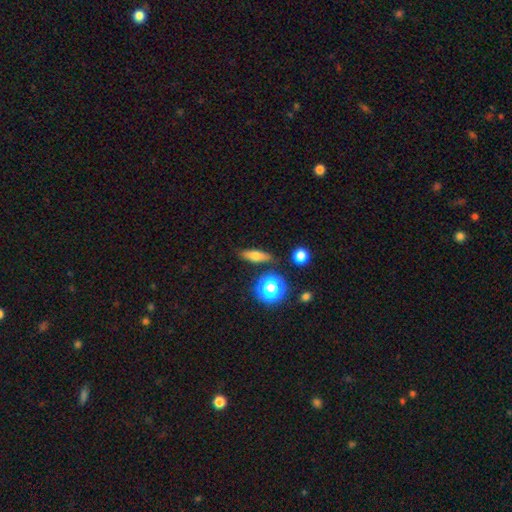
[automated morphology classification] smooth-or-featured: smooth: 64% | featured or disk: 21% | star or artifact: 14%
  how-rounded: in between: 43% | cigar-shaped: 42% | round: 15%
  merging: none: 83% | minor disturbance: 11% | merger: 3% | major disturbance: 3%